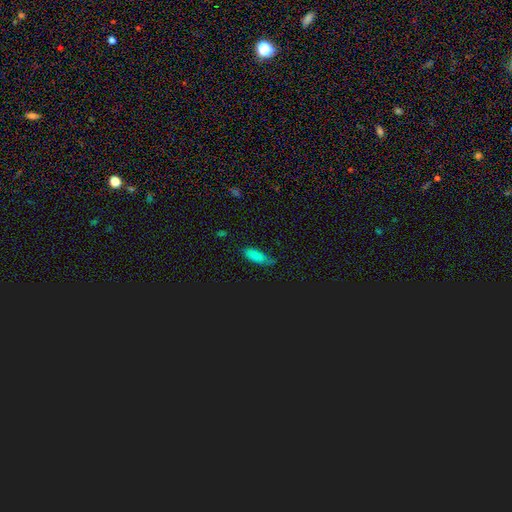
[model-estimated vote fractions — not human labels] Q: Smooth or featured?
A: smooth (75%); runner-up: star or artifact (17%)
Q: How rounded?
A: in between (75%); runner-up: cigar-shaped (22%)
Q: Merging?
A: none (63%); runner-up: minor disturbance (29%)